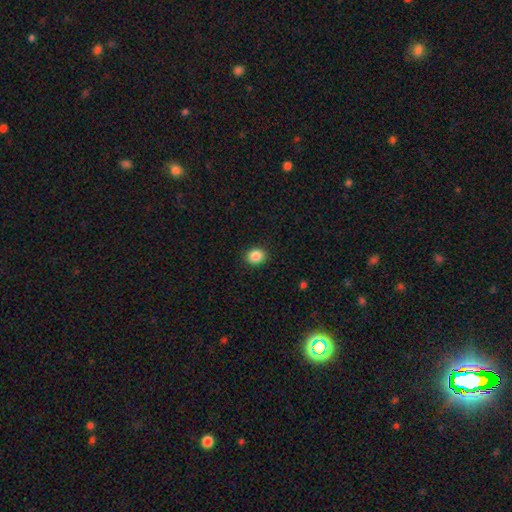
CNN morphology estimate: The model was most divided on "how rounded": round: 67%, in between: 33%, cigar-shaped: 1%. More confident: merging — none (91%); smooth or featured — smooth (87%).